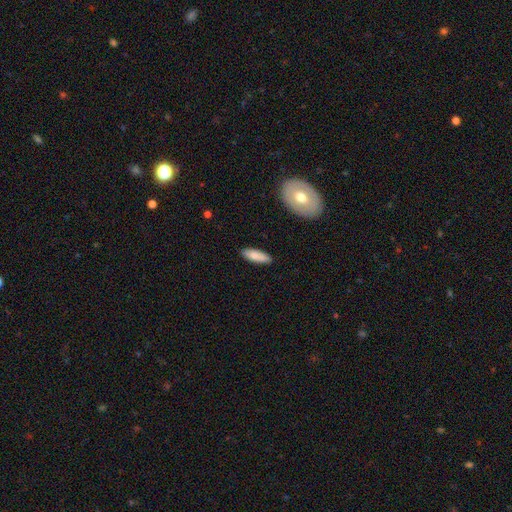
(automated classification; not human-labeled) This appears to be a smooth galaxy with no disk features (83%) that is in between round and cigar-shaped (54%). Merging: none (88%).